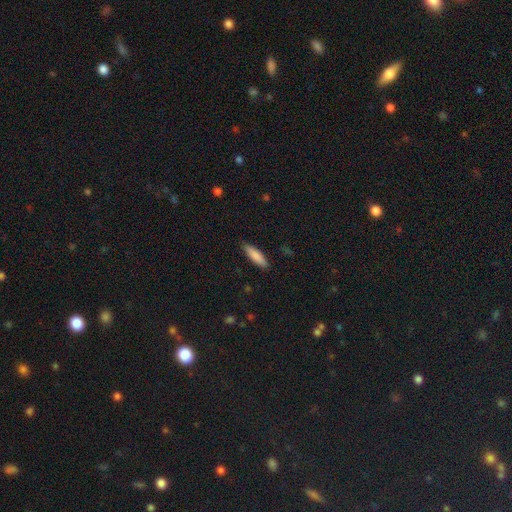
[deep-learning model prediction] Smooth or featured? smooth (85%)
How rounded? cigar-shaped (68%)
Merging? none (88%)